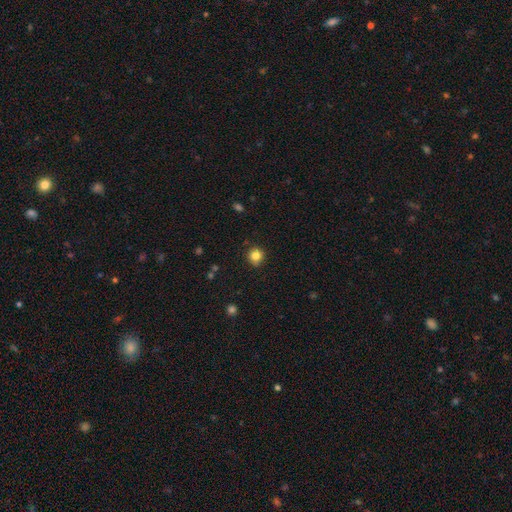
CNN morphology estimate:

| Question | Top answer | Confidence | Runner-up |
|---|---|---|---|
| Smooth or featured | smooth | 83% | star or artifact (11%) |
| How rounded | round | 92% | in between (7%) |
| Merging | none | 87% | minor disturbance (10%) |